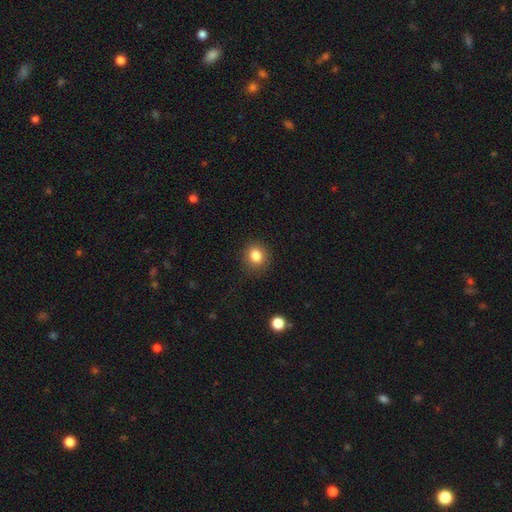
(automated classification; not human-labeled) smooth_or_featured: smooth (p=0.84) [alt: star or artifact p=0.11]
how_rounded: round (p=0.80) [alt: in between p=0.19]
merging: none (p=0.88) [alt: minor disturbance p=0.08]